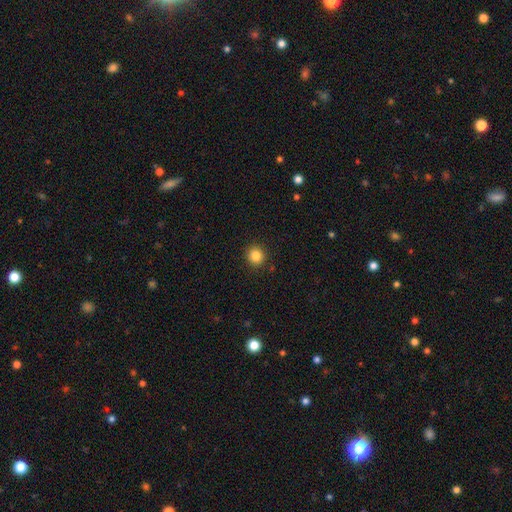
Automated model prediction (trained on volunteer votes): A smooth galaxy with no disk features (85%) that is round (90%).

Vote fractions:
- Smooth or featured? smooth: 85% / star or artifact: 11% / featured or disk: 5%
- How rounded? round: 90% / in between: 9% / cigar-shaped: 1%
- Merging? none: 91% / minor disturbance: 6% / major disturbance: 2% / merger: 1%